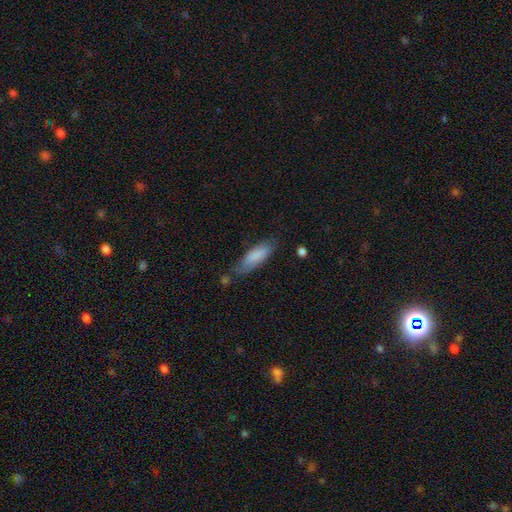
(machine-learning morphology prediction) type=smooth (81%); roundness=in between (53%); merging=none (63%).